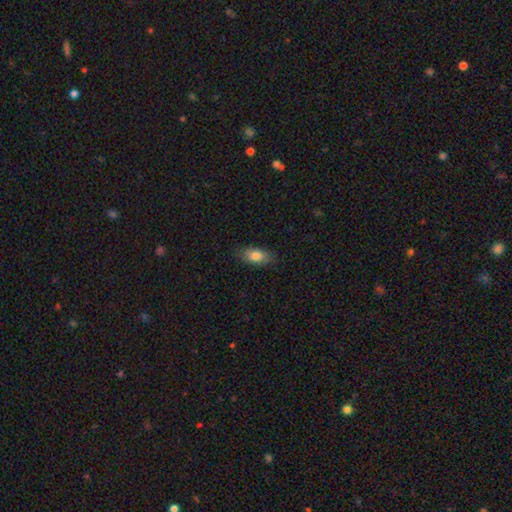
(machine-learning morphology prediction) Smooth or featured?
  - smooth: 81% *
  - featured or disk: 12%
  - star or artifact: 7%
How rounded?
  - in between: 88% *
  - cigar-shaped: 7%
  - round: 5%
Merging?
  - none: 83% *
  - minor disturbance: 13%
  - major disturbance: 3%
  - merger: 1%